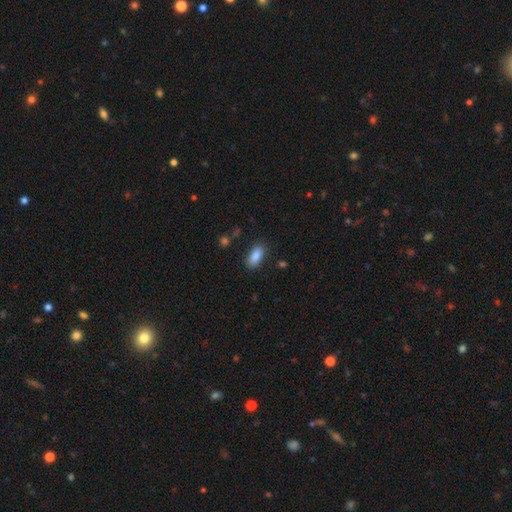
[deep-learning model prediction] A smooth galaxy with no disk features (87%) that is in between round and cigar-shaped (89%). Merging: none (83%).